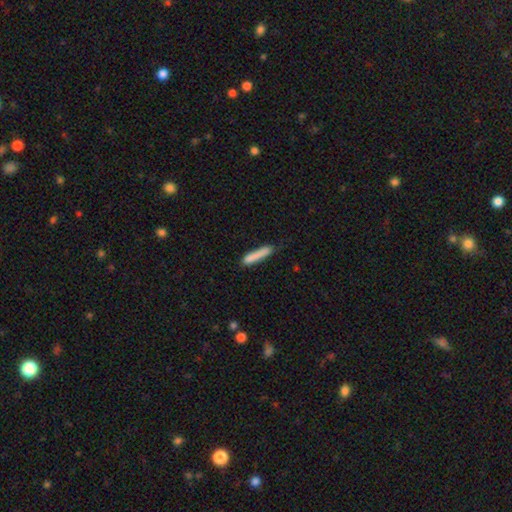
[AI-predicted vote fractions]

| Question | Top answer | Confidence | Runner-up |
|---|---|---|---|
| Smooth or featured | smooth | 83% | featured or disk (11%) |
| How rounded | cigar-shaped | 91% | in between (8%) |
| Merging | none | 71% | minor disturbance (22%) |